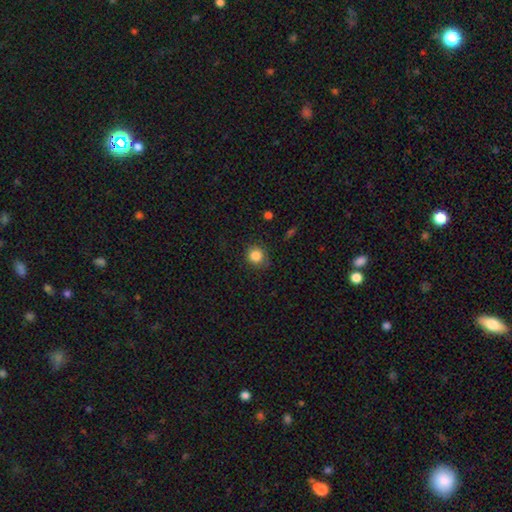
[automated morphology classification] The model was most divided on "merging": none: 79%, minor disturbance: 15%, major disturbance: 4%, merger: 1%. More confident: how rounded — round (88%); smooth or featured — smooth (85%).